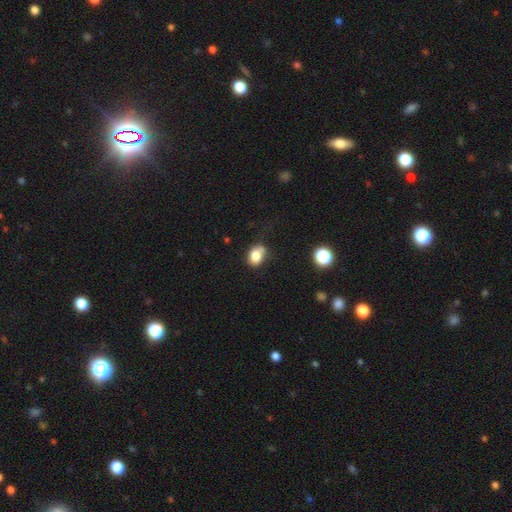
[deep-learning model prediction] Q: Smooth or featured?
A: smooth (79%); runner-up: star or artifact (11%)
Q: How rounded?
A: in between (60%); runner-up: round (39%)
Q: Merging?
A: none (54%); runner-up: minor disturbance (27%)